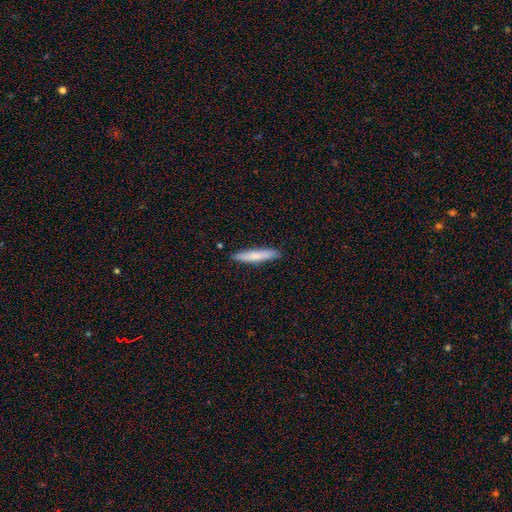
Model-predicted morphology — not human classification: This is likely a smooth galaxy (74%). How rounded: clearly cigar-shaped (92%). Merging: clearly none (89%).